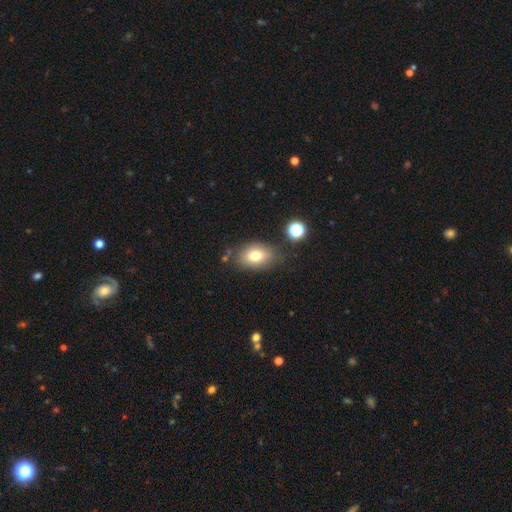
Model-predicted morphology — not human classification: Smooth or featured? smooth (76%)
How rounded? in between (81%)
Merging? none (76%)